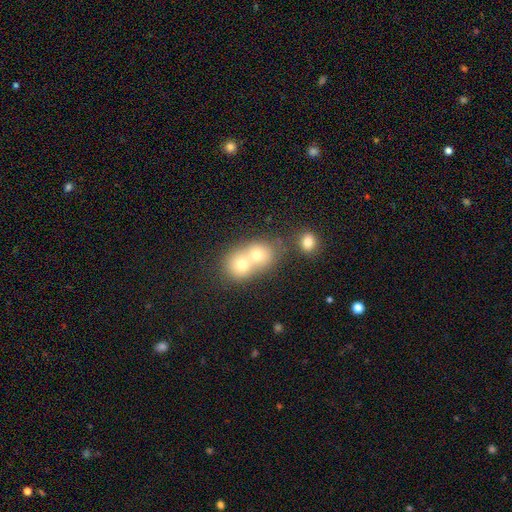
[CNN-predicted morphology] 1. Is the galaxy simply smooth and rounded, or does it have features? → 65% smooth, 21% featured or disk, 15% star or artifact.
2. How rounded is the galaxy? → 70% round, 29% in between, 1% cigar-shaped.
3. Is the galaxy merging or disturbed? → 70% merger, 24% none, 4% minor disturbance, 2% major disturbance.